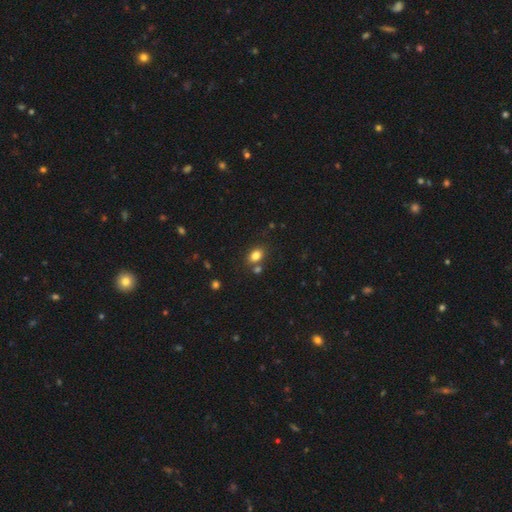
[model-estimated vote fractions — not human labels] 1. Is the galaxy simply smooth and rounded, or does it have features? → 82% smooth, 11% star or artifact, 7% featured or disk.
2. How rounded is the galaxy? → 76% in between, 23% round, 1% cigar-shaped.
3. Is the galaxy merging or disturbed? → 71% none, 15% merger, 11% minor disturbance, 3% major disturbance.